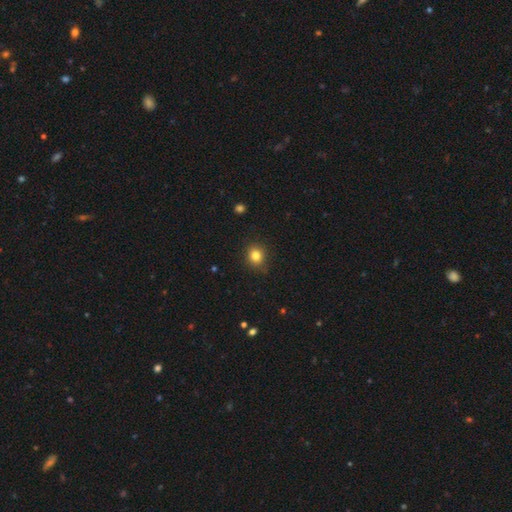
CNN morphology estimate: A smooth galaxy with no disk features (82%) that is round (80%). Merging: none (87%).